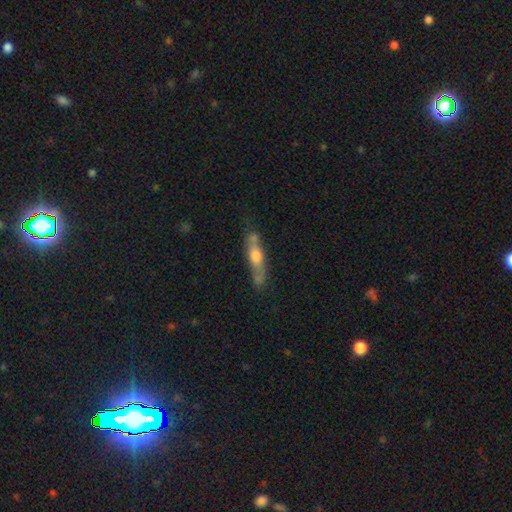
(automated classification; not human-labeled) Smooth or featured? Predicted: featured or disk (p=0.58). Edge-on disk? Predicted: yes (p=0.75). Merging? Predicted: none (p=0.65).